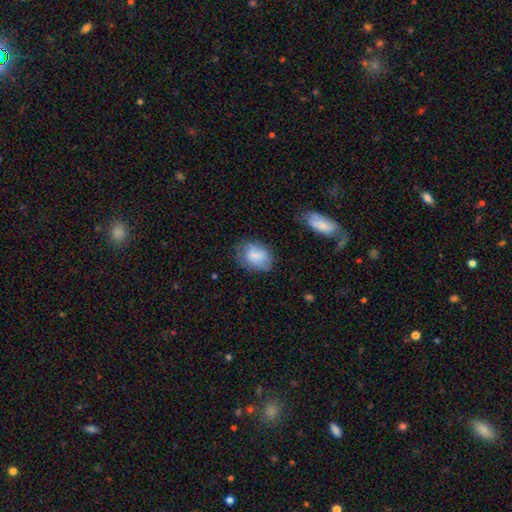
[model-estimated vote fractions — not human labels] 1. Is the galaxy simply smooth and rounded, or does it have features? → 74% smooth, 18% featured or disk, 8% star or artifact.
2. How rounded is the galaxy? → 72% in between, 27% round, 1% cigar-shaped.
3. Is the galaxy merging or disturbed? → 59% none, 28% minor disturbance, 11% major disturbance, 3% merger.